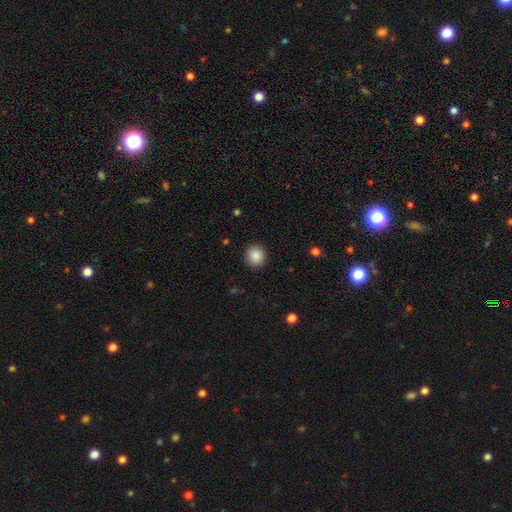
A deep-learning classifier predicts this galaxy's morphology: Overall: smooth (88%). How rounded: round (91%). Merging: none (91%).